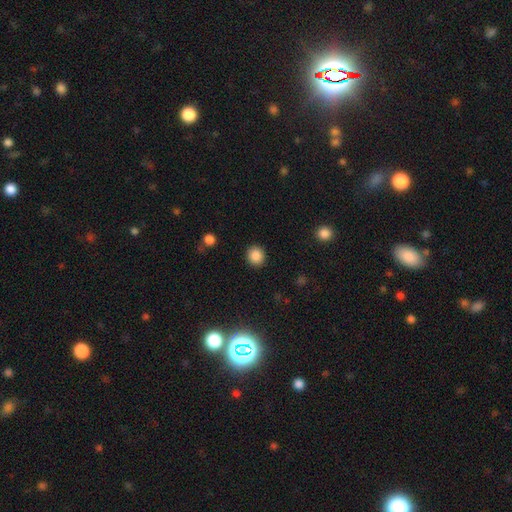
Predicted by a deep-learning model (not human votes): smooth 86%, star or artifact 10%, featured or disk 4%. Down the decision tree: how rounded — round (80%); merging — none (90%).